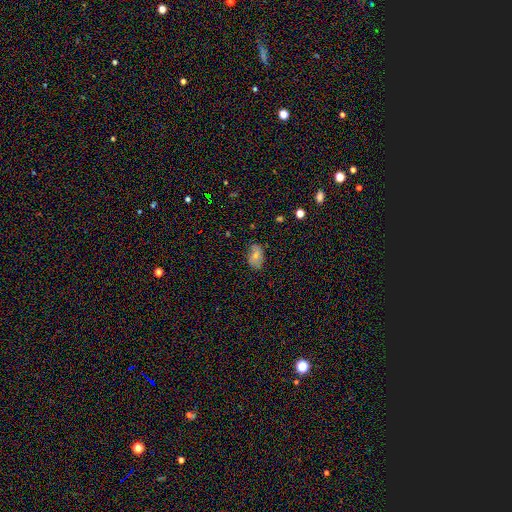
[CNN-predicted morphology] smooth 68%, featured or disk 21%, star or artifact 10%. Down the decision tree: how rounded — in between (89%); merging — none (71%).